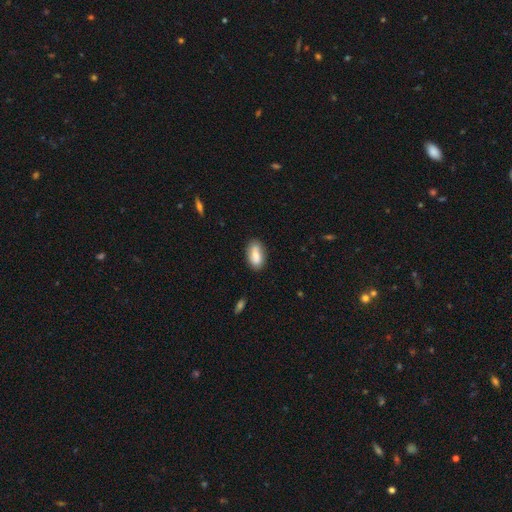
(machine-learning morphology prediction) Overall: smooth (72%). How rounded: in between (90%). Merging: none (75%).